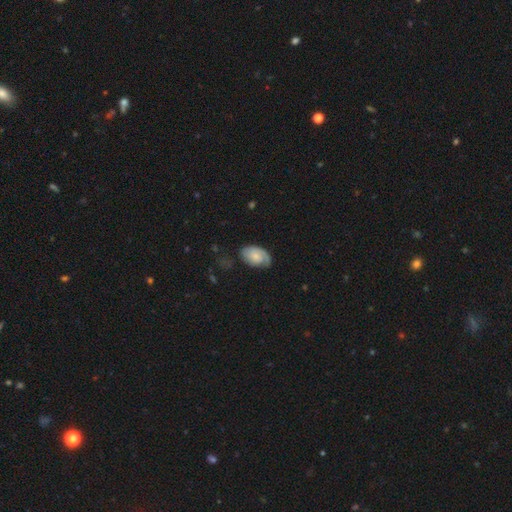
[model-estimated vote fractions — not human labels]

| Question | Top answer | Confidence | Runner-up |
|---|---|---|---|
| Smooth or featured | featured or disk | 55% | smooth (39%) |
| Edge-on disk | no | 95% | yes (5%) |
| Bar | no | 70% | weak (26%) |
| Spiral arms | yes | 87% | no (13%) |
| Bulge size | small | 49% | moderate (31%) |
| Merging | none | 63% | minor disturbance (25%) |